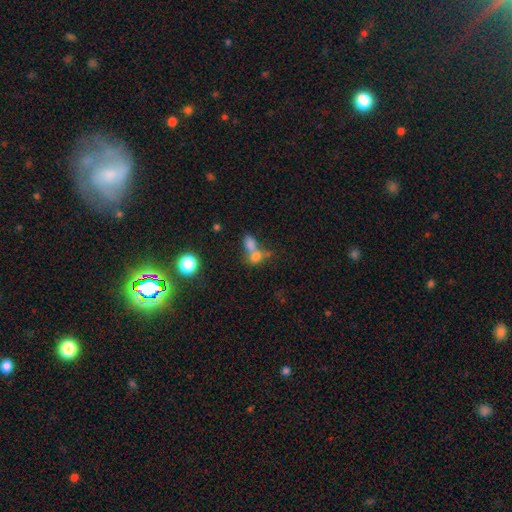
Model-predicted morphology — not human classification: Smooth or featured: smooth — 72% (featured or disk — 15%)
How rounded: in between — 53% (round — 44%)
Merging: merger — 66% (none — 22%)